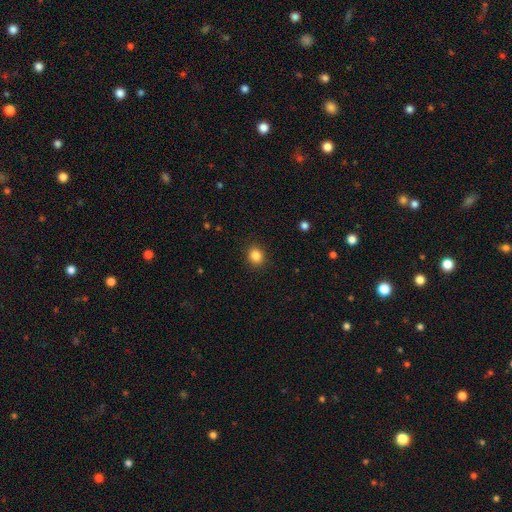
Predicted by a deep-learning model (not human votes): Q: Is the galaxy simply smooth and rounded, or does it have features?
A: smooth — 85%.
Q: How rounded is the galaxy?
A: round — 70%.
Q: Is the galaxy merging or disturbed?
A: none — 90%.